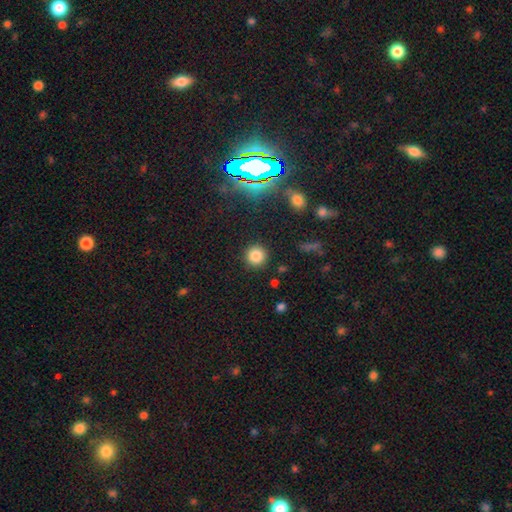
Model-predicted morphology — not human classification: Overall: smooth (82%). How rounded: round (94%). Merging: none (90%).